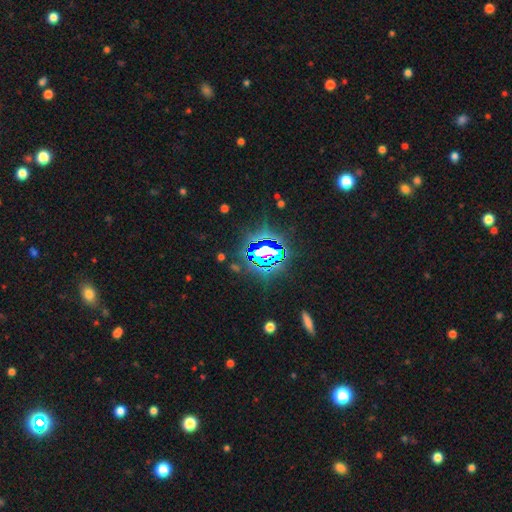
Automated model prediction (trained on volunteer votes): smooth-or-featured: star or artifact: 81% | smooth: 11% | featured or disk: 8%